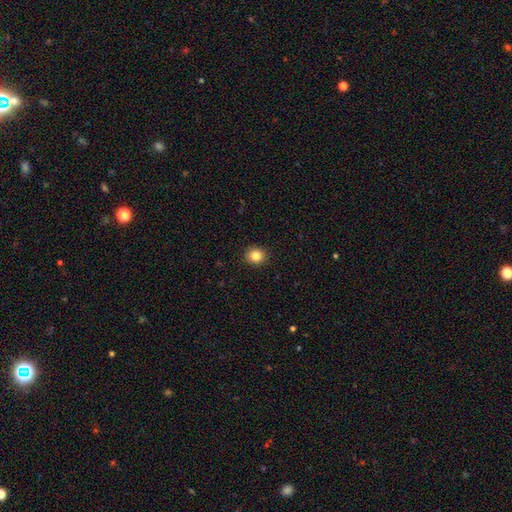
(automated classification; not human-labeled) This is clearly a smooth galaxy (83%). How rounded: clearly round (83%). Merging: clearly none (92%).